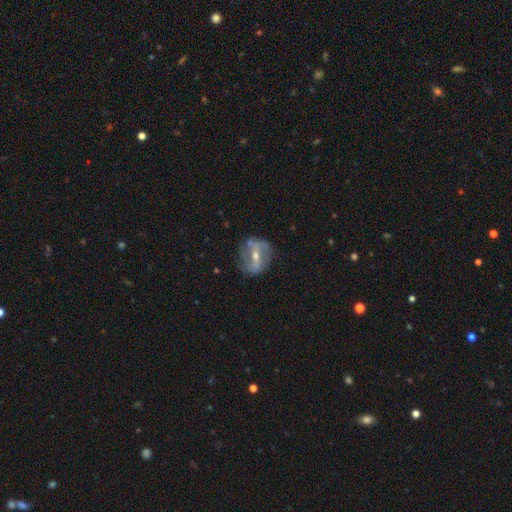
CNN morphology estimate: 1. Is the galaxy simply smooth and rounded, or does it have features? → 78% featured or disk, 14% smooth, 8% star or artifact.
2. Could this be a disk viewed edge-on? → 92% no, 8% yes.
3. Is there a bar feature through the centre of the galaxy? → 54% strong, 32% weak, 14% no.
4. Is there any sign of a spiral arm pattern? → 75% yes, 25% no.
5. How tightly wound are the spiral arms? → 41% loose, 37% medium, 23% tight.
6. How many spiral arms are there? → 75% 2, 15% can't tell, 4% 1, 3% 3, 1% 4, 1% more than 4.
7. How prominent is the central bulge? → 51% moderate, 45% small, 2% large, 2% none, 1% dominant.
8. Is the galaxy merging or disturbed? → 72% none, 17% minor disturbance, 8% major disturbance, 3% merger.